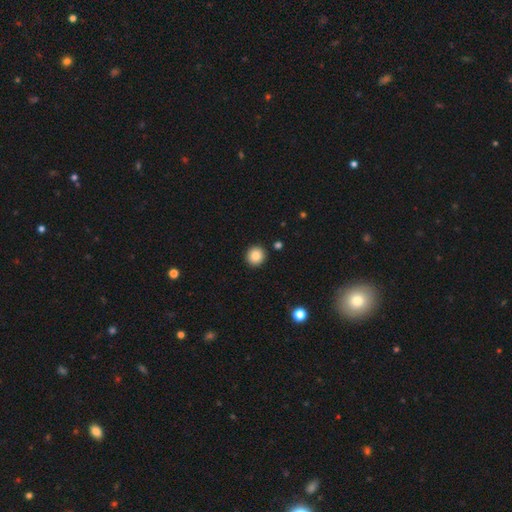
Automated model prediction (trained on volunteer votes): Smooth or featured: smooth — 87% (star or artifact — 9%)
How rounded: round — 92% (in between — 7%)
Merging: none — 91% (minor disturbance — 5%)